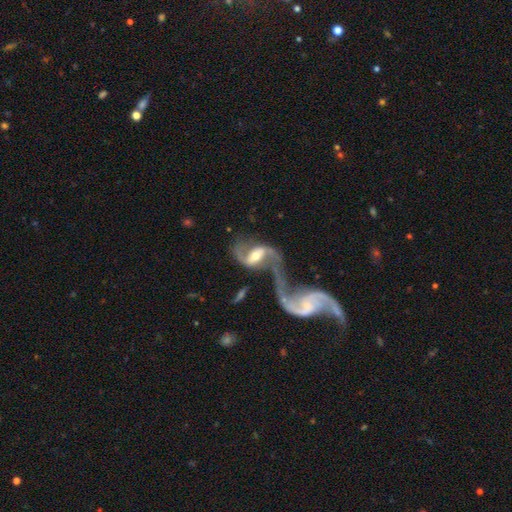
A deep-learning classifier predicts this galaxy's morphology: smooth-or-featured: featured or disk: 86% | smooth: 9% | star or artifact: 6%
  disk-edge-on: no: 96% | yes: 4%
    bar: strong: 42% | weak: 40% | no: 17%
    has-spiral-arms: yes: 92% | no: 8%
      spiral-winding: loose: 69% | medium: 24% | tight: 7%
      spiral-arm-count: 2: 87% | 1: 6% | can't tell: 4% | 3: 1% | 4: 1% | more than 4: 1%
    bulge-size: moderate: 62% | small: 28% | large: 7% | none: 2% | dominant: 1%
  merging: merger: 50% | none: 21% | major disturbance: 20% | minor disturbance: 9%